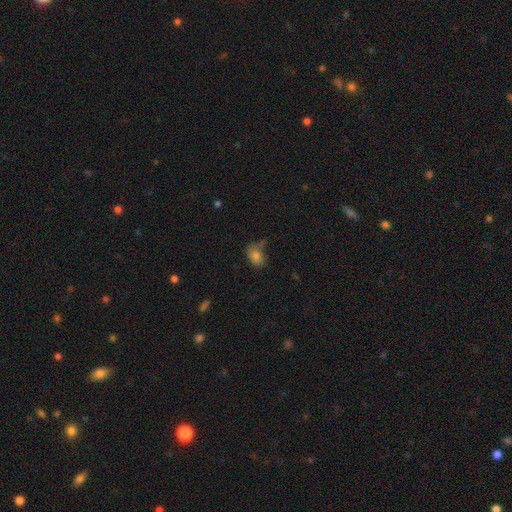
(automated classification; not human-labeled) A smooth galaxy with no disk features (77%) that is in between round and cigar-shaped (75%).

Vote fractions:
- Smooth or featured? smooth: 77% / featured or disk: 12% / star or artifact: 11%
- How rounded? in between: 75% / round: 23% / cigar-shaped: 1%
- Merging? none: 45% / minor disturbance: 30% / major disturbance: 16% / merger: 9%